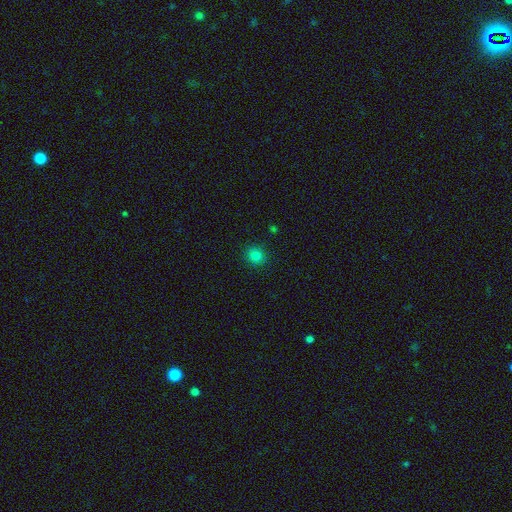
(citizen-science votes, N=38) A smooth galaxy with no disk features (87%) that is round (82%).

Vote fractions:
- Smooth or featured? smooth: 87% / star or artifact: 11% / featured or disk: 3%
- How rounded? round: 82% / in between: 15% / cigar-shaped: 3%
- Merging? none: 88% / major disturbance: 6% / minor disturbance: 3% / merger: 3%